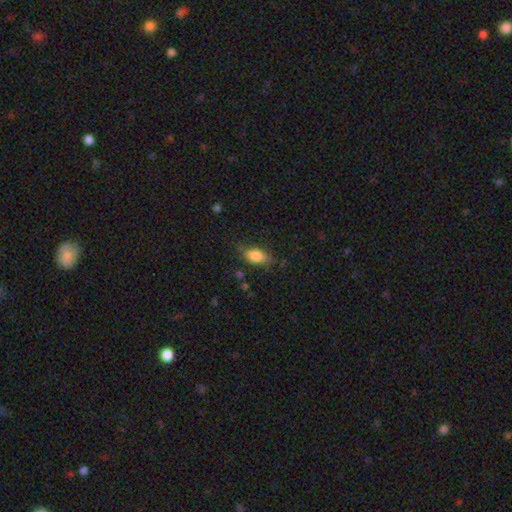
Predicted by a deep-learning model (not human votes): A smooth galaxy with no disk features (81%) that is in between round and cigar-shaped (86%). Merging: none (71%).